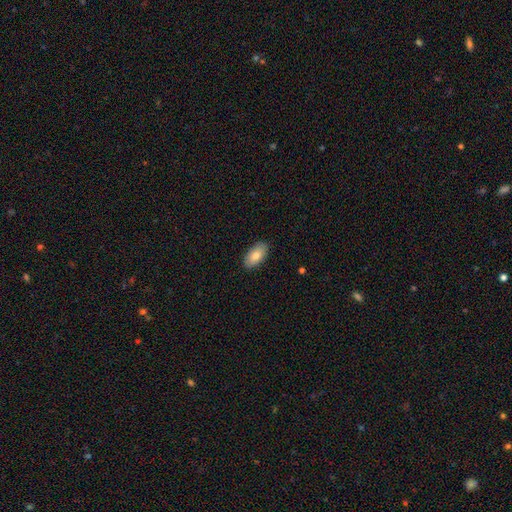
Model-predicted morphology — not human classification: A smooth galaxy with no disk features (82%) that is in between round and cigar-shaped (94%). Merging: none (87%).